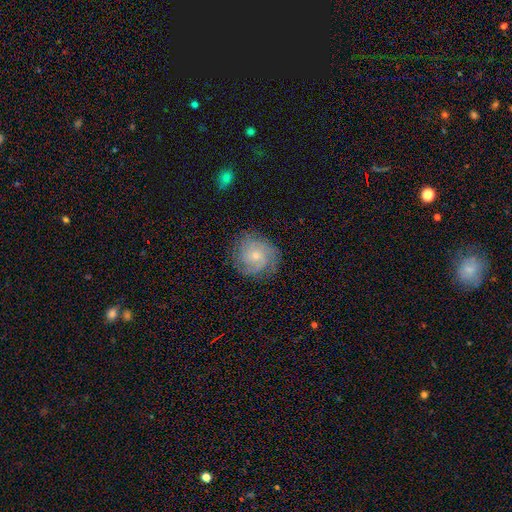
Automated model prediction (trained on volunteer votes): Smooth or featured?
  - featured or disk: 69% *
  - smooth: 23%
  - star or artifact: 7%
Edge-on disk?
  - no: 98% *
  - yes: 2%
Bar?
  - no: 76% *
  - weak: 21%
  - strong: 3%
Spiral arms?
  - yes: 93% *
  - no: 7%
Spiral winding?
  - tight: 64% *
  - medium: 28%
  - loose: 8%
Spiral arm count?
  - can't tell: 33% *
  - 3: 23%
  - 2: 21%
  - 4: 10%
  - 1: 6%
  - more than 4: 6%
Bulge size?
  - small: 62% *
  - moderate: 34%
  - none: 2%
  - large: 2%
  - dominant: 1%
Merging?
  - none: 79% *
  - minor disturbance: 14%
  - major disturbance: 5%
  - merger: 1%